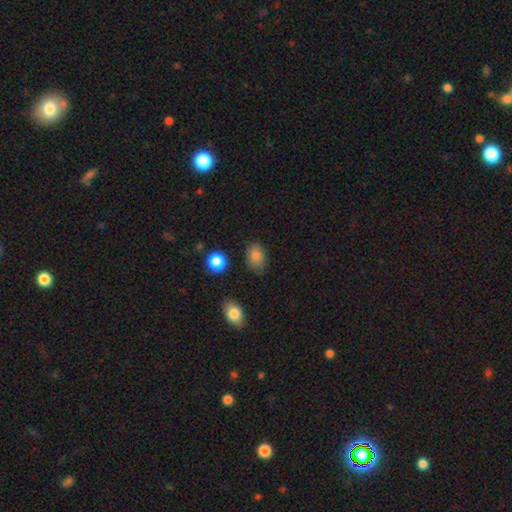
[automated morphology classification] This is clearly a smooth galaxy (84%). How rounded: likely in between (77%). Merging: clearly none (80%).